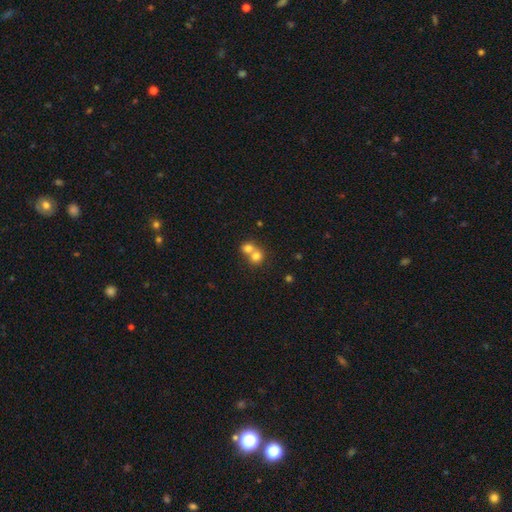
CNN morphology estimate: A smooth galaxy with no disk features (75%) that is round (77%). Merging: merger (65%).